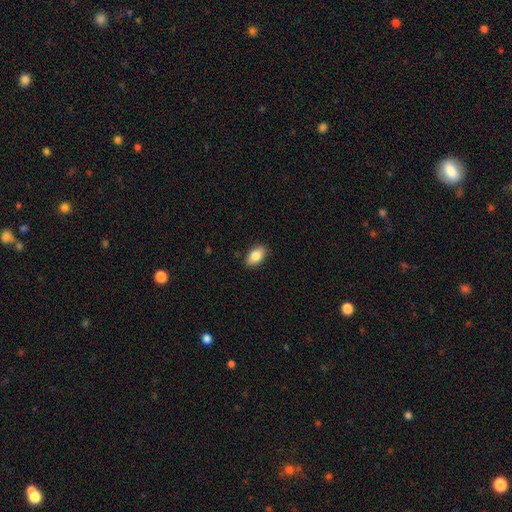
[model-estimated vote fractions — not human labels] Morphology: type=smooth (83%); roundness=in between (90%); merging=none (88%).